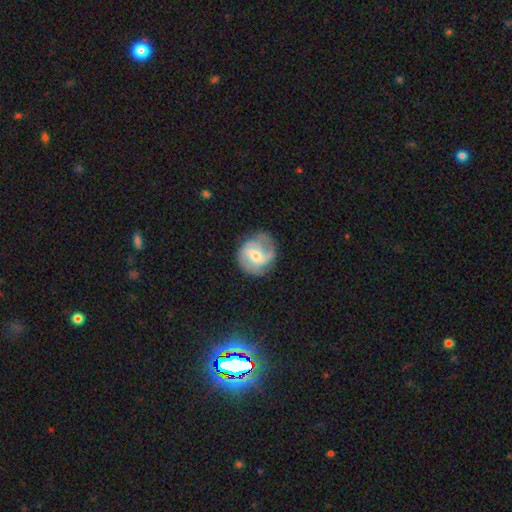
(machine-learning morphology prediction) Q: Smooth or featured?
A: featured or disk (74%); runner-up: smooth (20%)
Q: Edge-on disk?
A: no (98%); runner-up: yes (2%)
Q: Bar?
A: weak (47%); runner-up: no (40%)
Q: Spiral arms?
A: yes (92%); runner-up: no (8%)
Q: Spiral winding?
A: medium (48%); runner-up: tight (30%)
Q: Spiral arm count?
A: 2 (54%); runner-up: 3 (19%)
Q: Bulge size?
A: small (52%); runner-up: moderate (42%)
Q: Merging?
A: none (67%); runner-up: minor disturbance (21%)